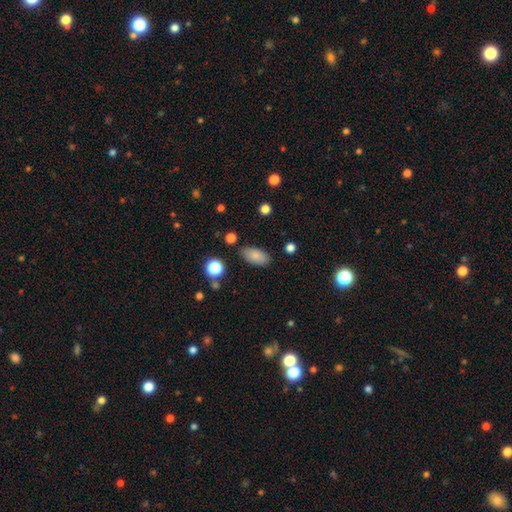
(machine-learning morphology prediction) Smooth or featured: smooth — 84% (star or artifact — 9%)
How rounded: in between — 91% (cigar-shaped — 5%)
Merging: none — 82% (minor disturbance — 13%)